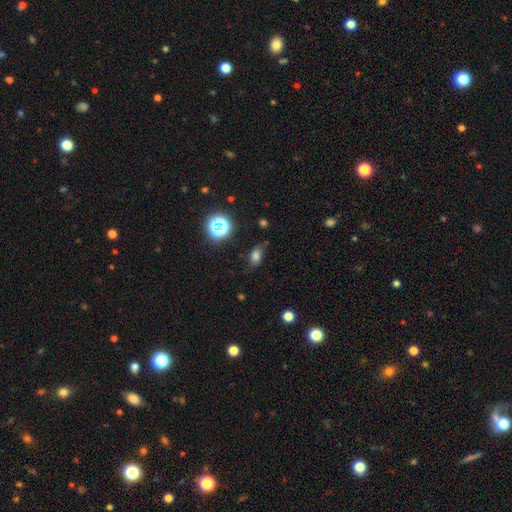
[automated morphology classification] Smooth or featured? smooth (71%)
How rounded? in between (78%)
Merging? none (63%)